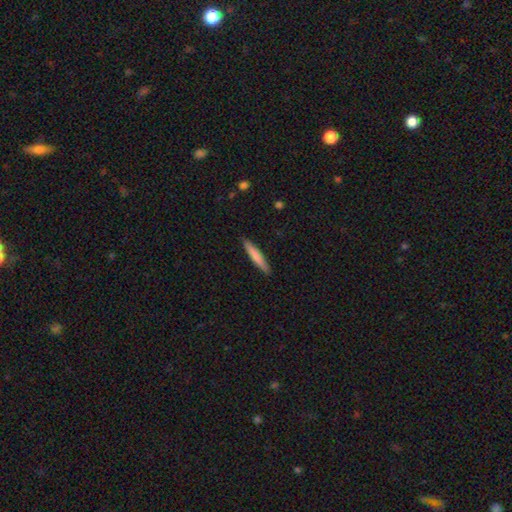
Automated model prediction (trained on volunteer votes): A smooth galaxy with no disk features (76%) that is cigar-shaped (92%).

Vote fractions:
- Smooth or featured? smooth: 76% / featured or disk: 19% / star or artifact: 5%
- How rounded? cigar-shaped: 92% / in between: 6% / round: 1%
- Merging? none: 90% / minor disturbance: 8% / major disturbance: 1% / merger: 1%